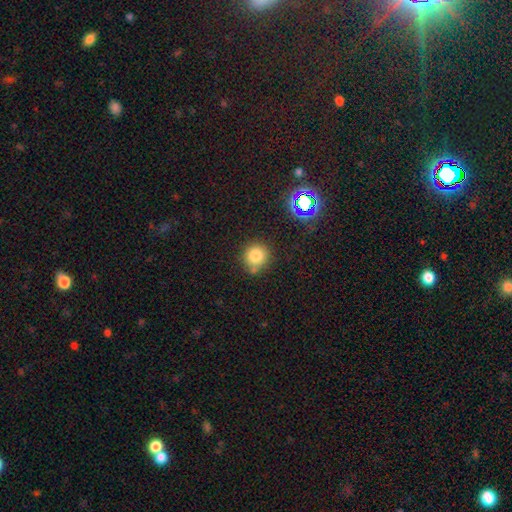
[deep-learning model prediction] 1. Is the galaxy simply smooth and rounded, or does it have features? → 80% smooth, 14% star or artifact, 6% featured or disk.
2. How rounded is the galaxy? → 91% round, 8% in between, 1% cigar-shaped.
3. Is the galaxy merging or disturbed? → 74% none, 14% minor disturbance, 8% merger, 4% major disturbance.